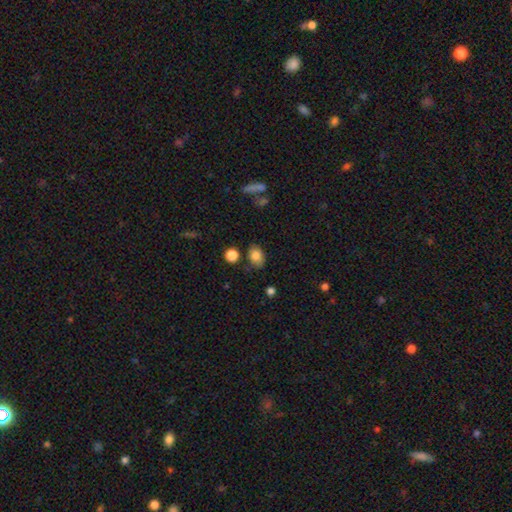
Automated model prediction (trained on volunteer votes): Smooth or featured? smooth (83%)
How rounded? in between (75%)
Merging? none (73%)